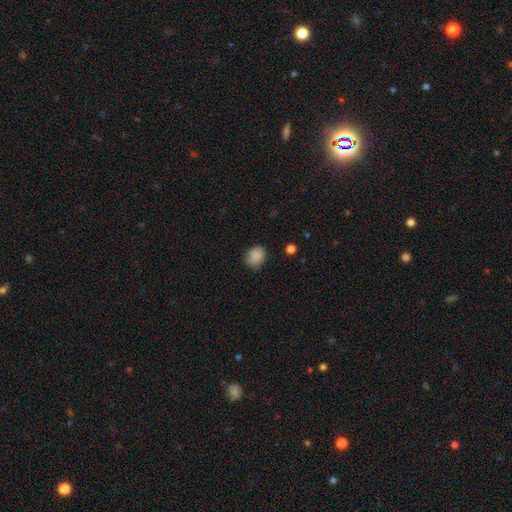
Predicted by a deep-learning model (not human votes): smooth_or_featured: smooth (p=0.86) [alt: star or artifact p=0.09]
how_rounded: in between (p=0.52) [alt: round p=0.47]
merging: none (p=0.76) [alt: minor disturbance p=0.18]